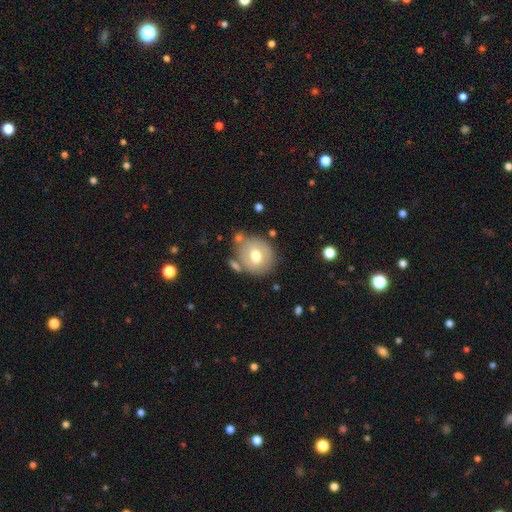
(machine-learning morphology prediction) smooth_or_featured: smooth (p=0.61) [alt: featured or disk p=0.31]
how_rounded: round (p=0.80) [alt: in between p=0.19]
merging: none (p=0.70) [alt: minor disturbance p=0.15]